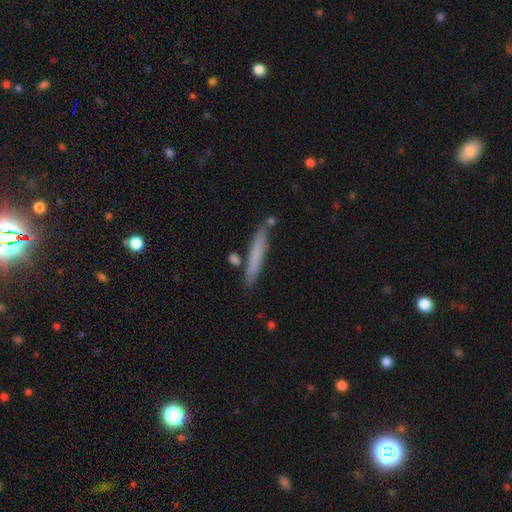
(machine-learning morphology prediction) This appears to be a smooth galaxy with no disk features (68%) that is cigar-shaped (95%). Merging: none (83%).